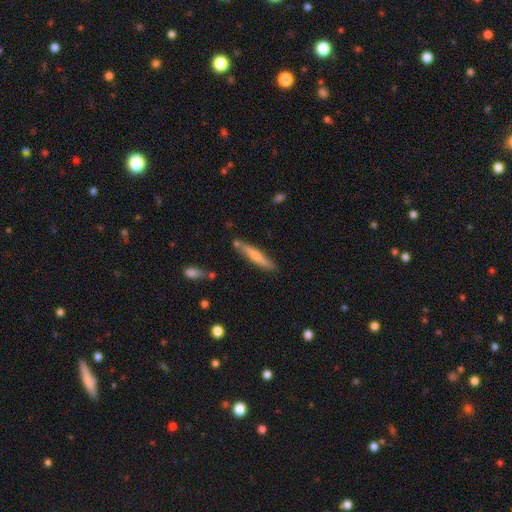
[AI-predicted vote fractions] The model was most divided on "smooth or featured": smooth: 55%, featured or disk: 40%, star or artifact: 6%. More confident: how rounded — cigar-shaped (90%); merging — none (78%).